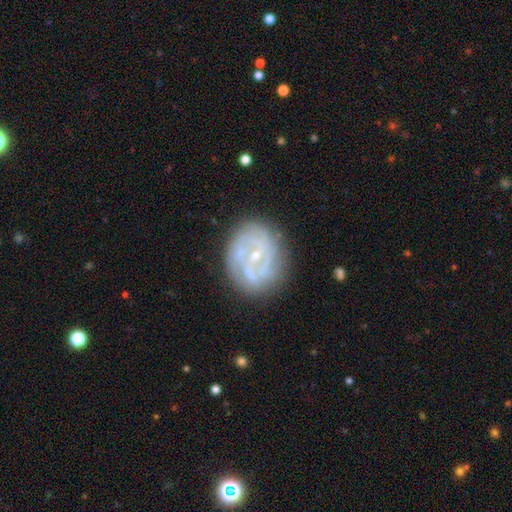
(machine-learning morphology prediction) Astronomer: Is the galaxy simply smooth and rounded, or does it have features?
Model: featured or disk — 80%.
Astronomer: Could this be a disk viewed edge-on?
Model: no — 97%.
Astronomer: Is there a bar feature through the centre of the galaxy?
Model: no — 55% (runner-up: weak, 34%).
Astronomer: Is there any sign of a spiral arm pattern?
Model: yes — 85%.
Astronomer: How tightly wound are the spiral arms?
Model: tight — 61%.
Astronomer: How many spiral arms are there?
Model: can't tell — 35% (runner-up: 2, 31%).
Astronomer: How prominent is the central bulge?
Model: small — 69%.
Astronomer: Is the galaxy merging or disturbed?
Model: none — 76%.